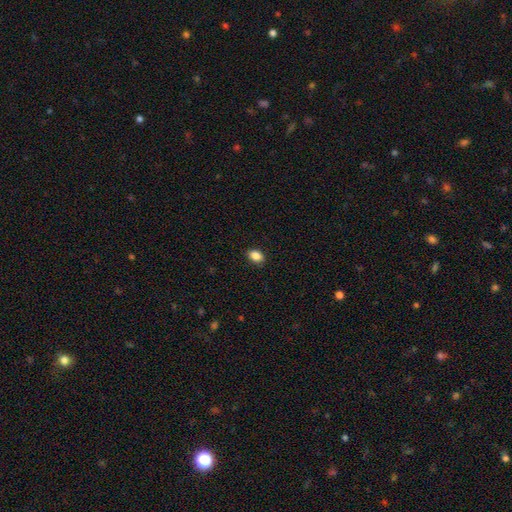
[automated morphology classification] smooth_or_featured: smooth (p=0.87) [alt: star or artifact p=0.09]
how_rounded: in between (p=0.78) [alt: round p=0.21]
merging: none (p=0.88) [alt: minor disturbance p=0.09]